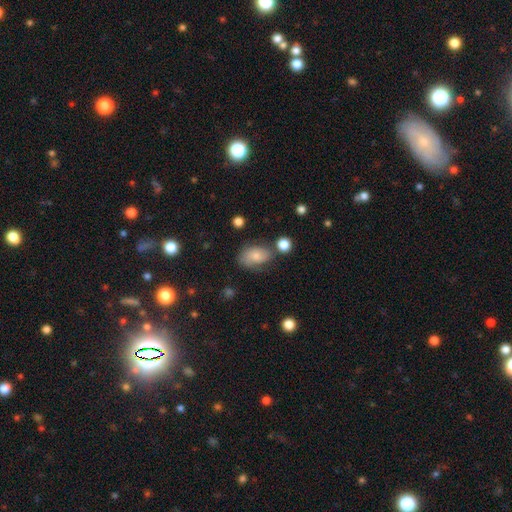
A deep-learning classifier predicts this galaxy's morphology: A smooth galaxy with no disk features (70%) that is in between round and cigar-shaped (85%).

Vote fractions:
- Smooth or featured? smooth: 70% / featured or disk: 20% / star or artifact: 10%
- How rounded? in between: 85% / round: 13% / cigar-shaped: 2%
- Merging? none: 54% / minor disturbance: 27% / major disturbance: 11% / merger: 7%